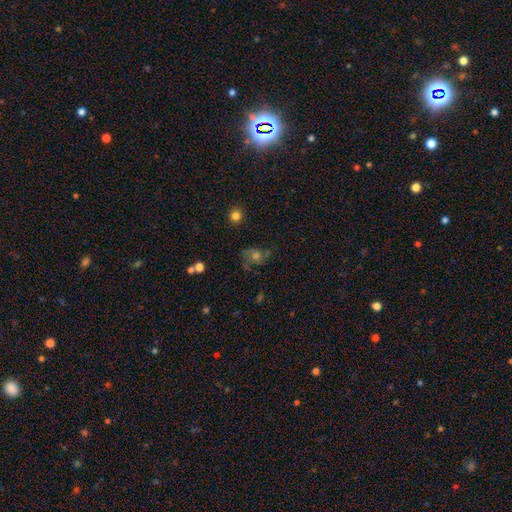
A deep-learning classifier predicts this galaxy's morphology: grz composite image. It shows a featured or disk galaxy (45%). Merging: none (61%).